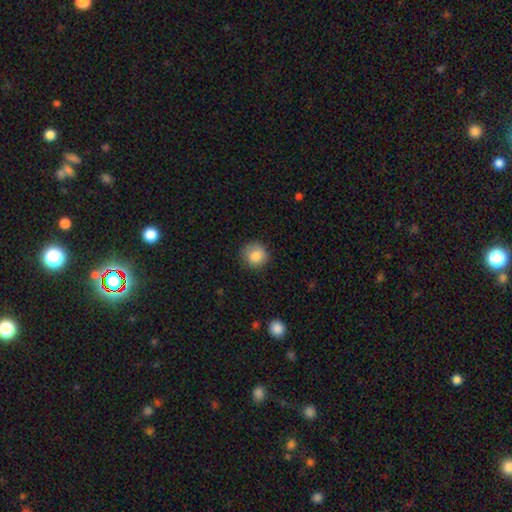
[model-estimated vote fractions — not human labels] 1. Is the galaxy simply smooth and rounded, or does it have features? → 85% smooth, 9% star or artifact, 6% featured or disk.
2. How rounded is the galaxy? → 90% round, 9% in between, 1% cigar-shaped.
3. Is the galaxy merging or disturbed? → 80% none, 15% minor disturbance, 4% major disturbance, 1% merger.